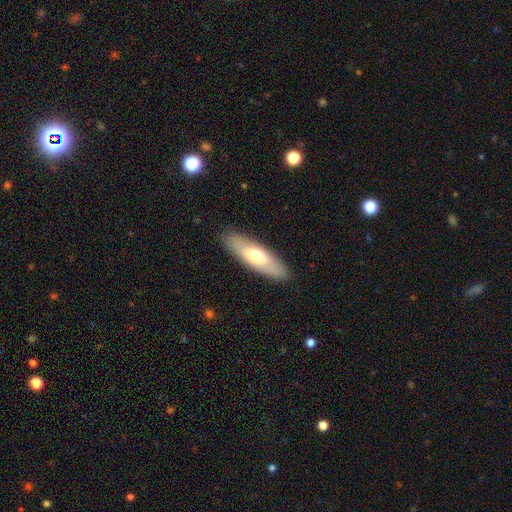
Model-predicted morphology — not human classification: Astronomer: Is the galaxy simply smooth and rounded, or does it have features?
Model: smooth — 61%.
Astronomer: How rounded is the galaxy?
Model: in between — 51% (runner-up: cigar-shaped, 47%).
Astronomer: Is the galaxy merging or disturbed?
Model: none — 89%.